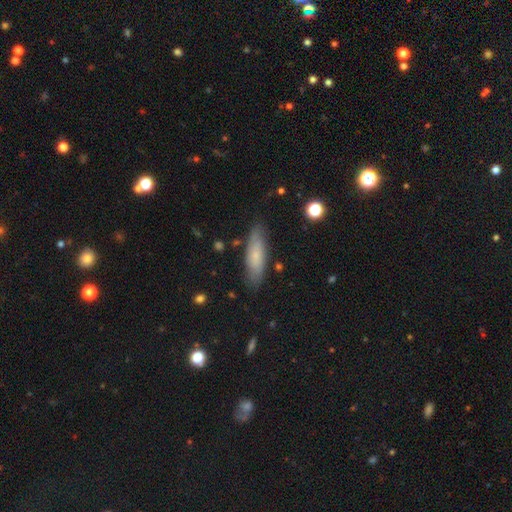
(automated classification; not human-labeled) This appears to be a smooth galaxy with no disk features (66%) that is cigar-shaped (57%). Merging: none (82%).